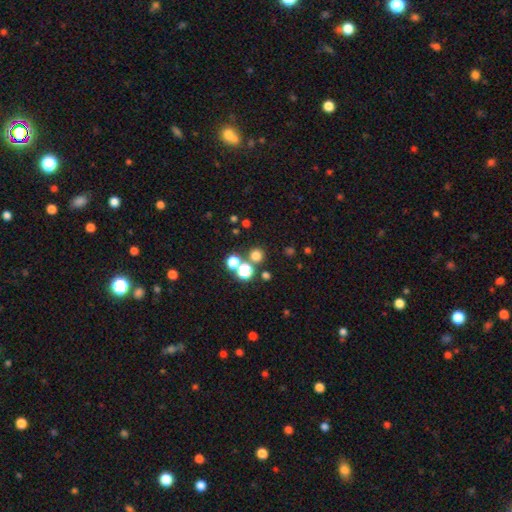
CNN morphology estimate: smooth_or_featured: smooth (p=0.70) [alt: star or artifact p=0.24]
how_rounded: round (p=0.93) [alt: in between p=0.06]
merging: none (p=0.77) [alt: merger p=0.13]